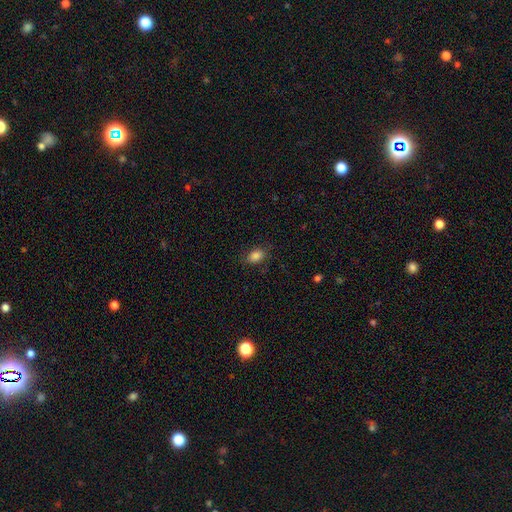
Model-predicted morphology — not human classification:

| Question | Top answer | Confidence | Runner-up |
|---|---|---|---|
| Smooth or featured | smooth | 84% | star or artifact (10%) |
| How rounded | in between | 78% | round (21%) |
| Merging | none | 80% | minor disturbance (15%) |